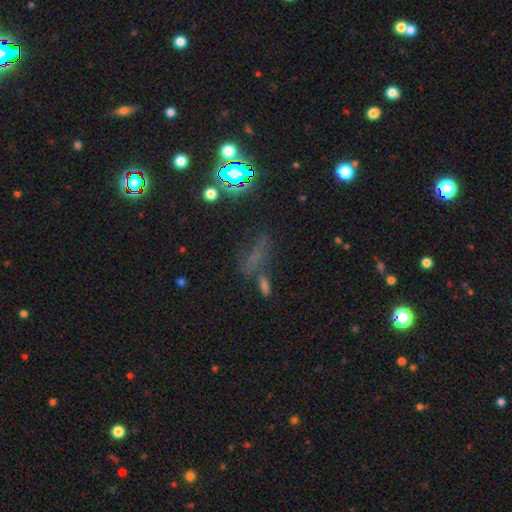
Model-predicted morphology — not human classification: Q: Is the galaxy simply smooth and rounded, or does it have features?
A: star or artifact — 42%.